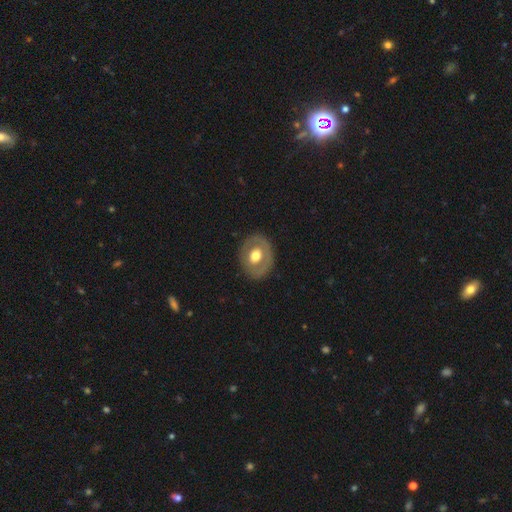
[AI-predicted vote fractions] smooth_or_featured: smooth (p=0.48) [alt: featured or disk p=0.46]
merging: none (p=0.82) [alt: minor disturbance p=0.13]